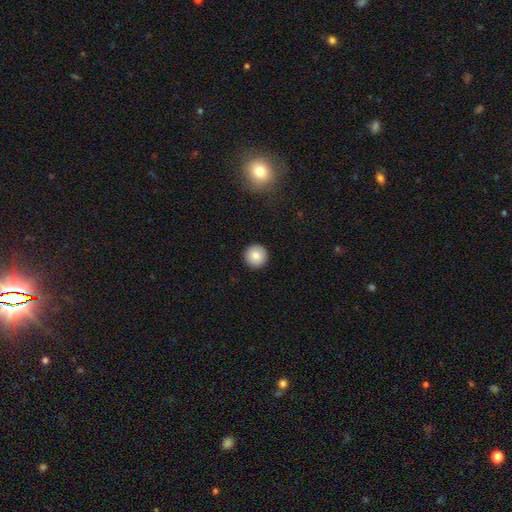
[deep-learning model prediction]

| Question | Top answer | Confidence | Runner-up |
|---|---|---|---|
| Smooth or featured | smooth | 83% | star or artifact (9%) |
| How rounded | round | 96% | in between (3%) |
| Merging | none | 93% | minor disturbance (4%) |